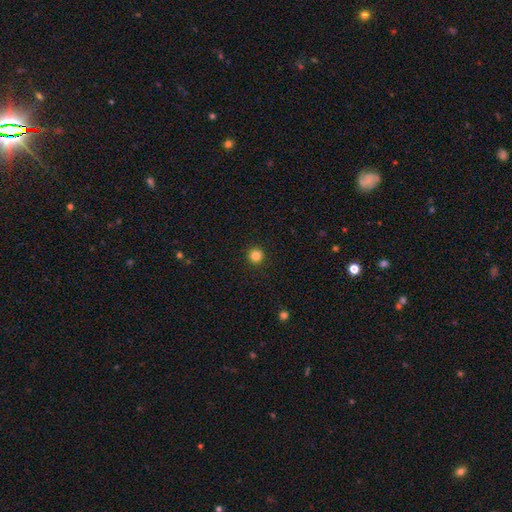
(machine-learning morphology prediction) Q: Smooth or featured?
A: smooth (84%); runner-up: star or artifact (12%)
Q: How rounded?
A: round (96%); runner-up: in between (3%)
Q: Merging?
A: none (93%); runner-up: minor disturbance (4%)